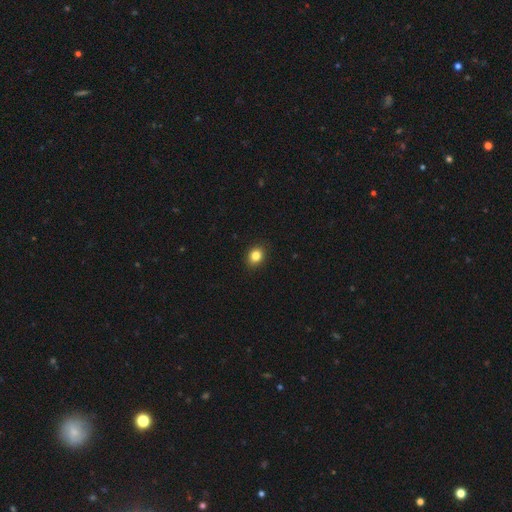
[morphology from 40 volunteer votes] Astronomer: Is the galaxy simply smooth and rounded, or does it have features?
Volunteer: smooth — 75%.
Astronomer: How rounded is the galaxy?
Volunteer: in between — 53% (runner-up: round, 47%).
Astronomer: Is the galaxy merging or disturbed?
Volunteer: none — 89%.